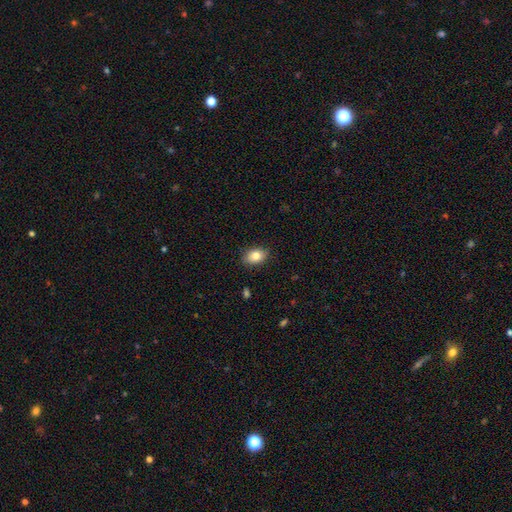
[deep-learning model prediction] The model was most divided on "how rounded": in between: 82%, round: 17%, cigar-shaped: 1%. More confident: merging — none (87%); smooth or featured — smooth (83%).